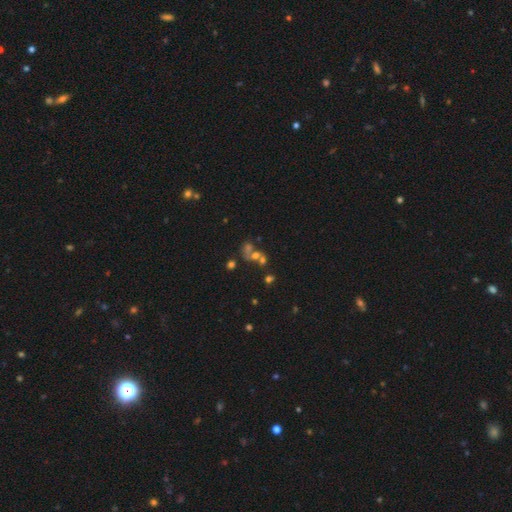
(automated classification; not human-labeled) This appears to be a smooth galaxy with no disk features (42%). Merging: merger (48%).